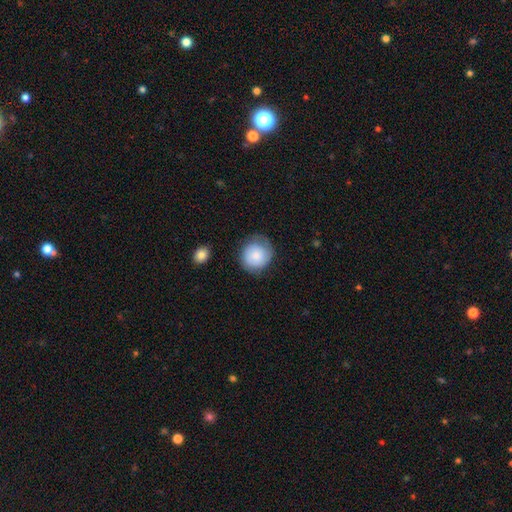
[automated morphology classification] Overall: smooth (75%). How rounded: round (87%). Merging: none (69%).